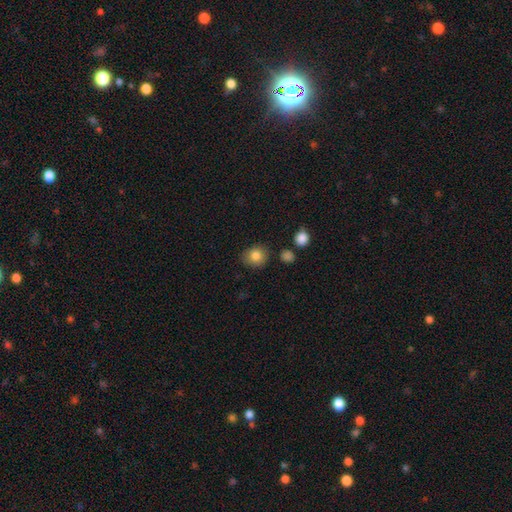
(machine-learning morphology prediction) This appears to be a smooth galaxy with no disk features (83%) that is round (75%). Merging: none (81%).